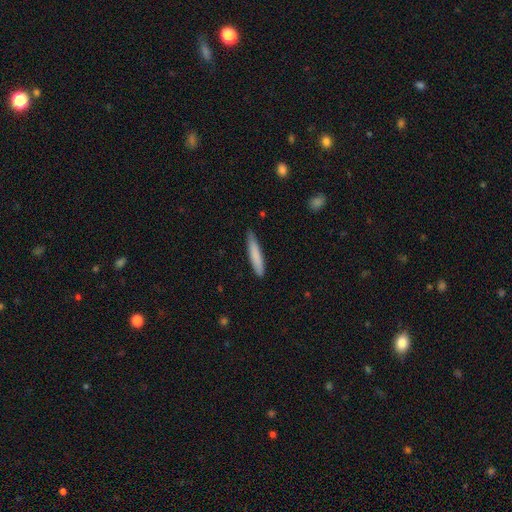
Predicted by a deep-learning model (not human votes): smooth 80%, featured or disk 15%, star or artifact 5%. Down the decision tree: how rounded — cigar-shaped (91%); merging — none (79%).